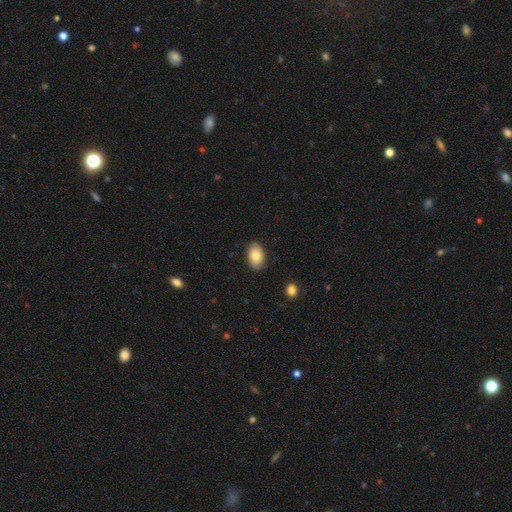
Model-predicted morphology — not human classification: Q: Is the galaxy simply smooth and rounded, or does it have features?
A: smooth — 81%.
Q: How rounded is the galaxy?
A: in between — 90%.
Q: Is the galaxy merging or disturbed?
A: none — 85%.